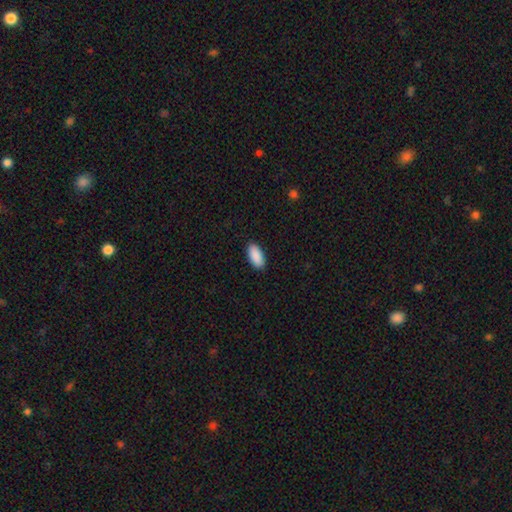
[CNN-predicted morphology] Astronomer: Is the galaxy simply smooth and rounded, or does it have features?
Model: smooth — 91%.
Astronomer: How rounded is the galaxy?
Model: in between — 93%.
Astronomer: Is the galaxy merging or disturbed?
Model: none — 90%.